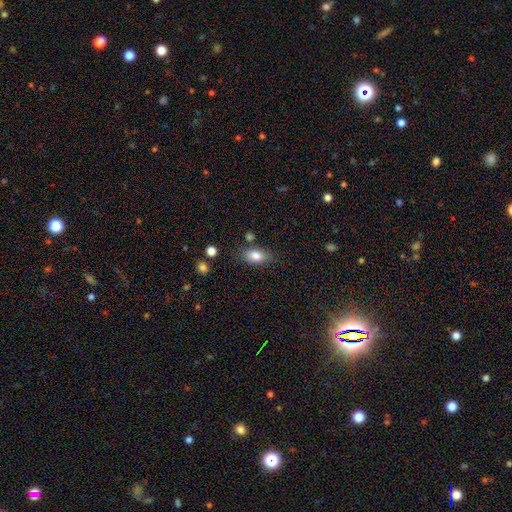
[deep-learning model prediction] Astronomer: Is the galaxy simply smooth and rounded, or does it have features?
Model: smooth — 83%.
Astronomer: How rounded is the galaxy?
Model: in between — 86%.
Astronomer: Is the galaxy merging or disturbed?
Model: none — 74%.